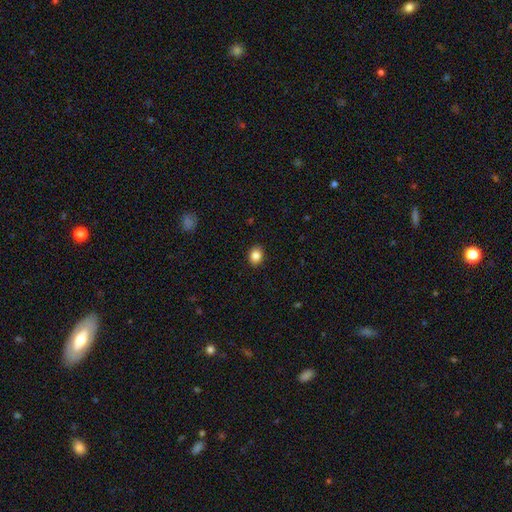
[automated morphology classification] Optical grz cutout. It shows a smooth galaxy with no disk features (86%) that is round (52%). Merging: none (90%).